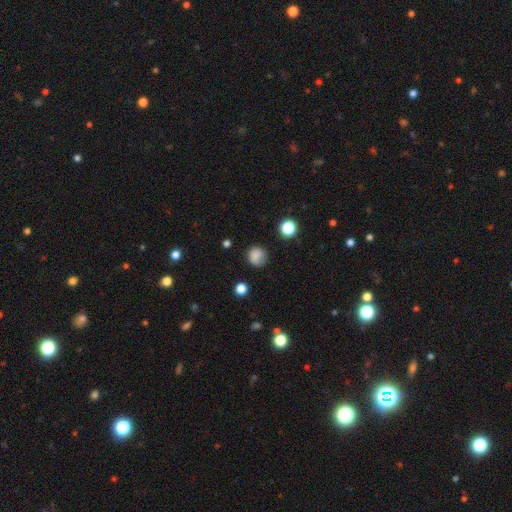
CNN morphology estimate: Smooth or featured: smooth — 81% (star or artifact — 12%)
How rounded: round — 85% (in between — 14%)
Merging: none — 69% (minor disturbance — 22%)